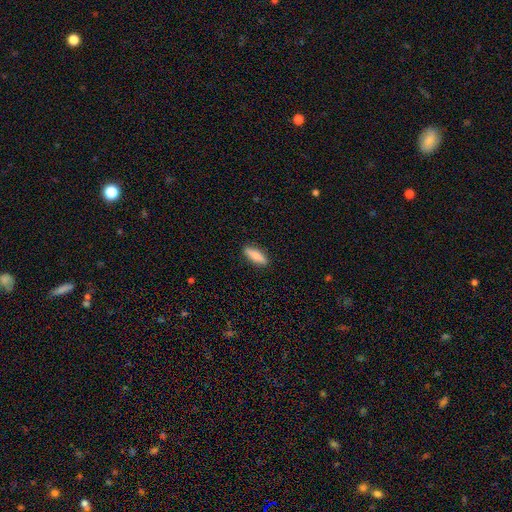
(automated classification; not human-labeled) A smooth galaxy with no disk features (83%) that is in between round and cigar-shaped (49%, tied with cigar-shaped).

Vote fractions:
- Smooth or featured? smooth: 83% / featured or disk: 11% / star or artifact: 6%
- How rounded? in between: 49% (tied) / cigar-shaped: 49% (tied) / round: 2%
- Merging? none: 89% / minor disturbance: 8% / major disturbance: 2% / merger: 1%